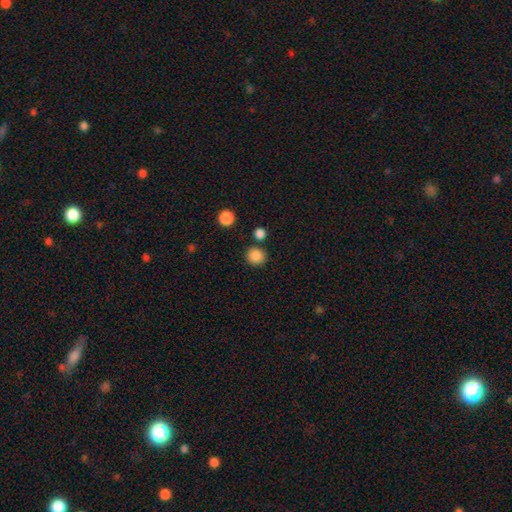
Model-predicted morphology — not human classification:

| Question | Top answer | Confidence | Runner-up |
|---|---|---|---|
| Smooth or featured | smooth | 86% | star or artifact (11%) |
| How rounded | round | 91% | in between (8%) |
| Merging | none | 85% | minor disturbance (7%) |